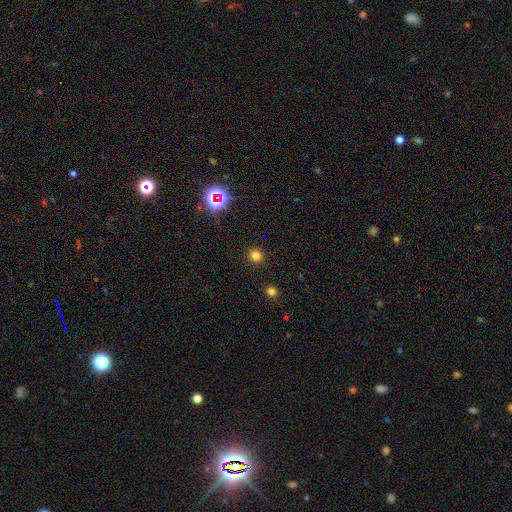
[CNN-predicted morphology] A smooth galaxy with no disk features (77%) that is round (90%).

Vote fractions:
- Smooth or featured? smooth: 77% / star or artifact: 18% / featured or disk: 5%
- How rounded? round: 90% / in between: 9% / cigar-shaped: 1%
- Merging? none: 91% / minor disturbance: 5% / major disturbance: 2% / merger: 1%